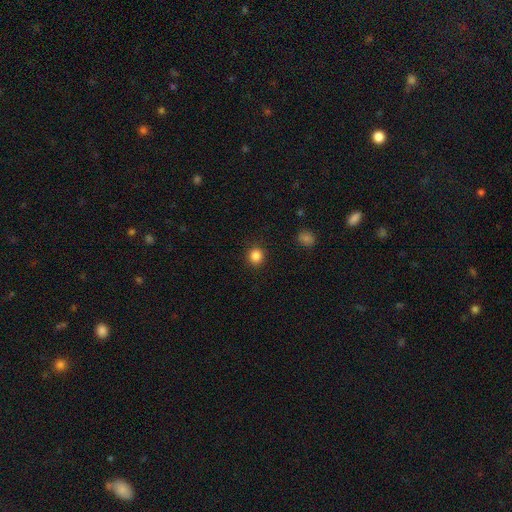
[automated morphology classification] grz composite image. It shows a smooth galaxy with no disk features (86%) that is round (88%). Merging: none (90%).